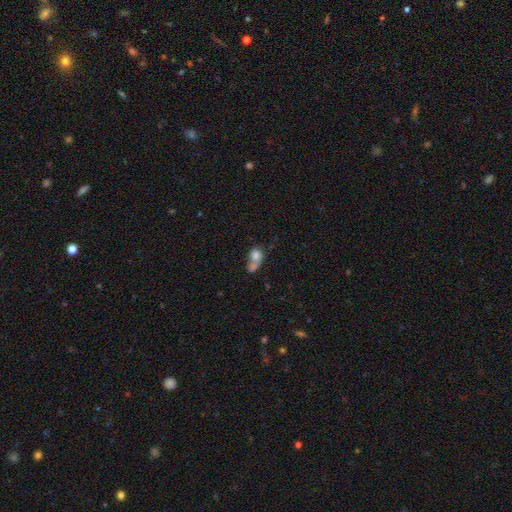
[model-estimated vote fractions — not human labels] Smooth or featured? smooth (73%)
How rounded? round (55%)
Merging? merger (63%)